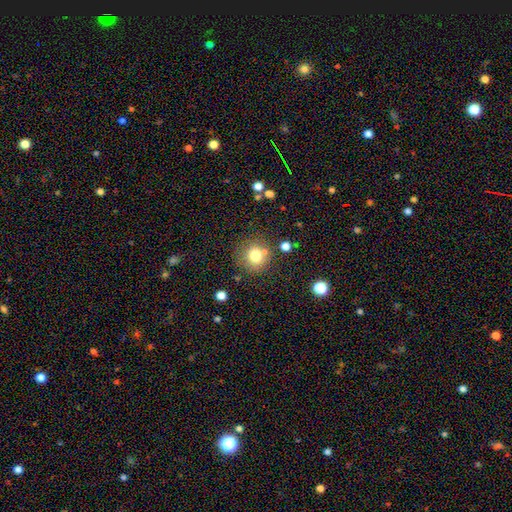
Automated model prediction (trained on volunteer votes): Smooth or featured? Predicted: smooth (p=0.76). How rounded? Predicted: round (p=0.90). Merging? Predicted: none (p=0.74).